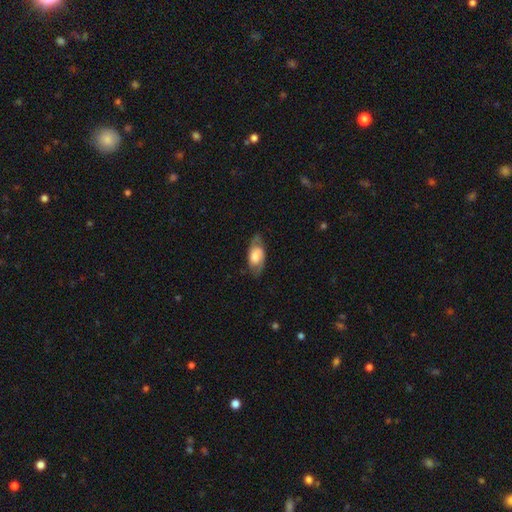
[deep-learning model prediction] Smooth or featured?
  - smooth: 51% *
  - featured or disk: 42%
  - star or artifact: 7%
How rounded?
  - in between: 88% *
  - cigar-shaped: 7%
  - round: 5%
Merging?
  - none: 68% *
  - minor disturbance: 23%
  - major disturbance: 8%
  - merger: 1%